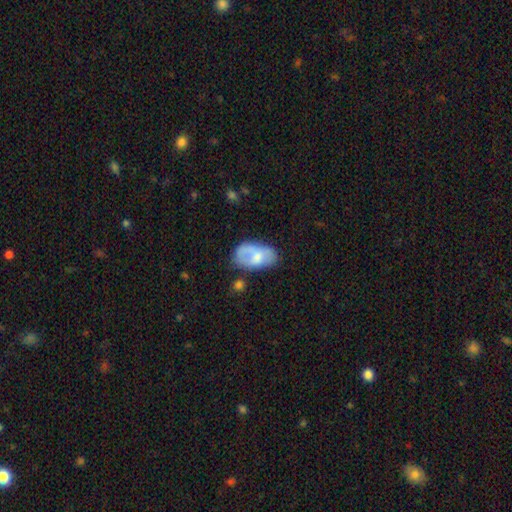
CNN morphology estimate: This appears to be a smooth galaxy with no disk features (61%) that is in between round and cigar-shaped (92%). Merging: none (44%).